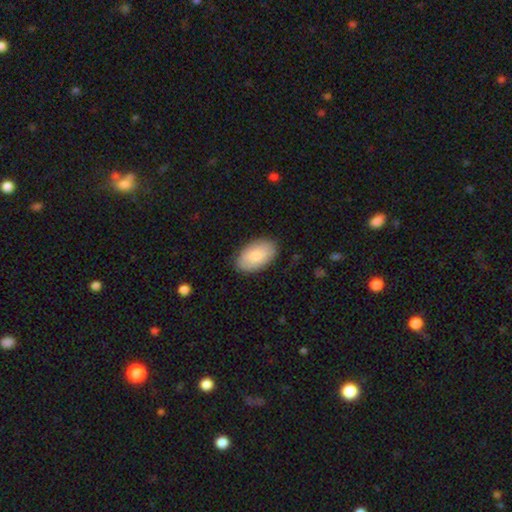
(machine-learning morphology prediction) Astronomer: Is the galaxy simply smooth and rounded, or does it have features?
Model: smooth — 82%.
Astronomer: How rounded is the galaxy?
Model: in between — 95%.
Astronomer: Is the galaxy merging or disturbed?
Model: none — 86%.